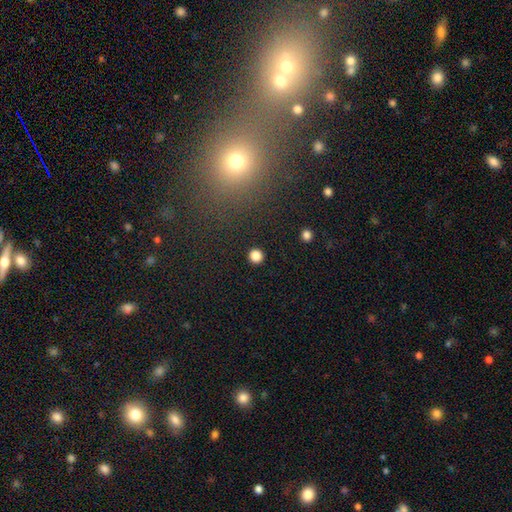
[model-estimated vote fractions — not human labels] Smooth or featured: smooth — 84% (star or artifact — 12%)
How rounded: round — 95% (in between — 4%)
Merging: none — 93% (minor disturbance — 4%)